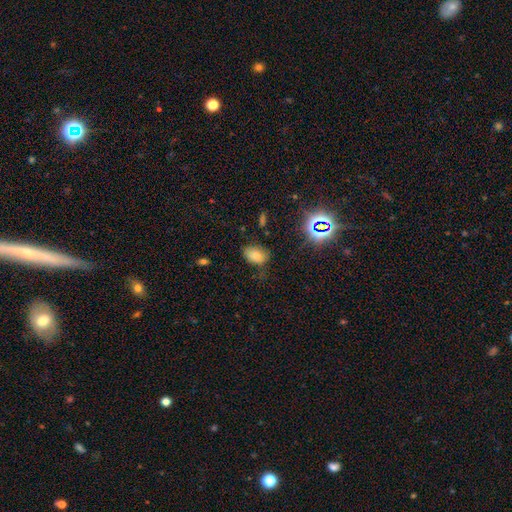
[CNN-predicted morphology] smooth_or_featured: smooth (p=0.71) [alt: star or artifact p=0.18]
how_rounded: in between (p=0.84) [alt: round p=0.14]
merging: none (p=0.68) [alt: minor disturbance p=0.23]